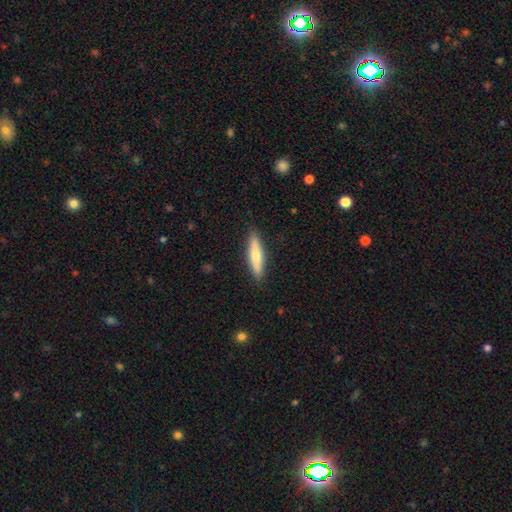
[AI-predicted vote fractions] A smooth galaxy with no disk features (62%) that is cigar-shaped (84%). Merging: none (89%).